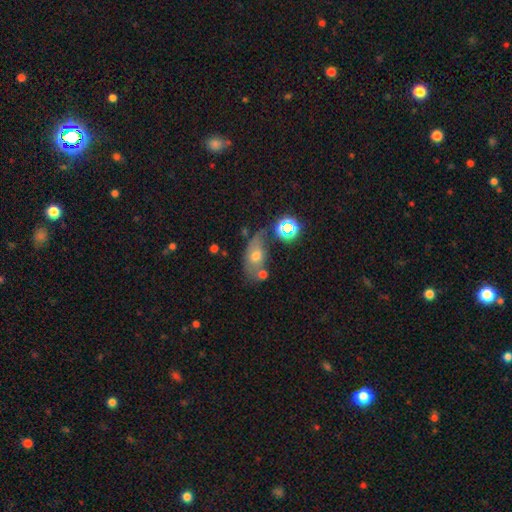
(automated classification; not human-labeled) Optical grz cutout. It shows a smooth galaxy with no disk features (52%) that is in between round and cigar-shaped (78%). Merging: none (43%).